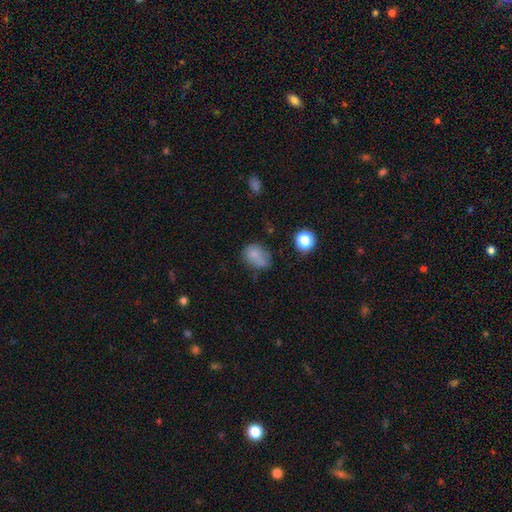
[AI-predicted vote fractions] Q: Smooth or featured?
A: smooth (73%); runner-up: featured or disk (14%)
Q: How rounded?
A: in between (61%); runner-up: round (38%)
Q: Merging?
A: none (48%); runner-up: minor disturbance (28%)